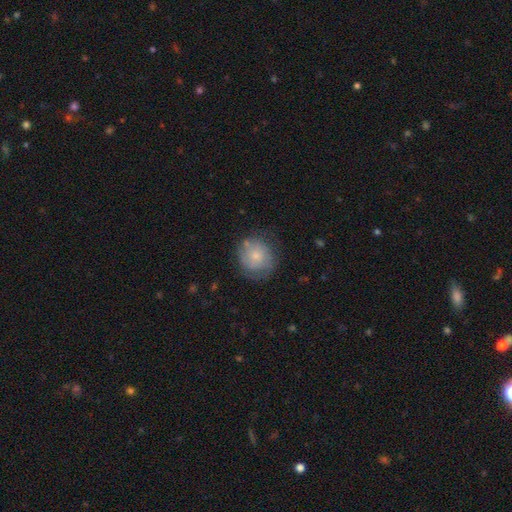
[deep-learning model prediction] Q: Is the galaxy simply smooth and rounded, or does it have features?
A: smooth — 67%.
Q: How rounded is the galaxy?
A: round — 85%.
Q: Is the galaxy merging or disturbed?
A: none — 66%.